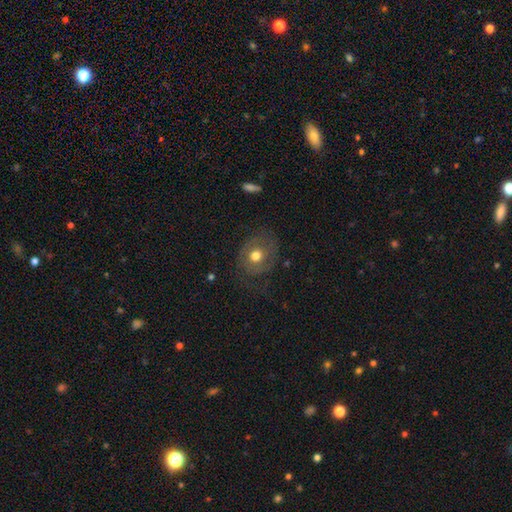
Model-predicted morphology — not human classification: A smooth galaxy with no disk features (54%) that is round (64%).

Vote fractions:
- Smooth or featured? smooth: 54% / featured or disk: 36% / star or artifact: 10%
- How rounded? round: 64% / in between: 35% / cigar-shaped: 1%
- Merging? none: 62% / minor disturbance: 20% / major disturbance: 17% / merger: 2%